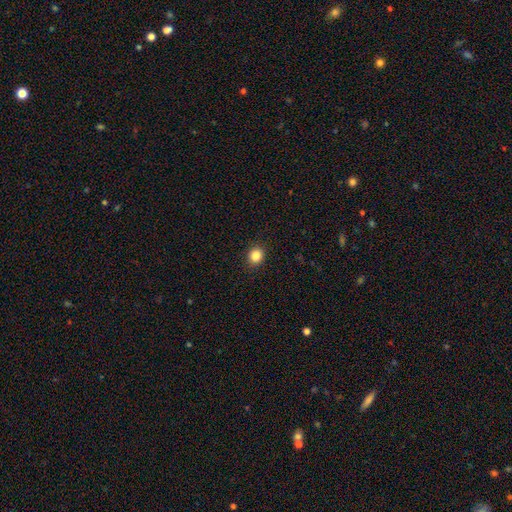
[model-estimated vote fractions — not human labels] This is clearly a smooth galaxy (85%). How rounded: likely round (79%). Merging: clearly none (91%).